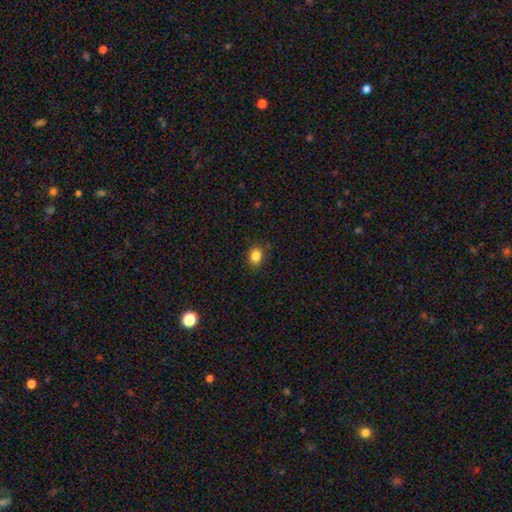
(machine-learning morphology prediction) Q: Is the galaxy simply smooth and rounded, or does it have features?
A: smooth — 85%.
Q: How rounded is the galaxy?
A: in between — 50%.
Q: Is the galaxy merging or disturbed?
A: none — 86%.